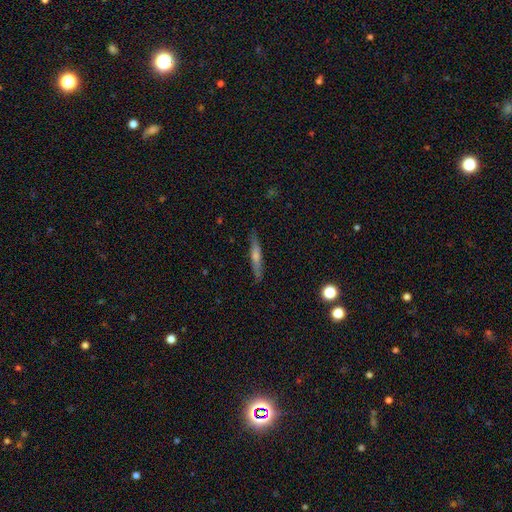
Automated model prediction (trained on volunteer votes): Q: Smooth or featured?
A: featured or disk (54%); runner-up: smooth (38%)
Q: Edge-on disk?
A: yes (95%); runner-up: no (5%)
Q: Edge-on bulge?
A: rounded (62%); runner-up: none (30%)
Q: Merging?
A: none (89%); runner-up: minor disturbance (8%)